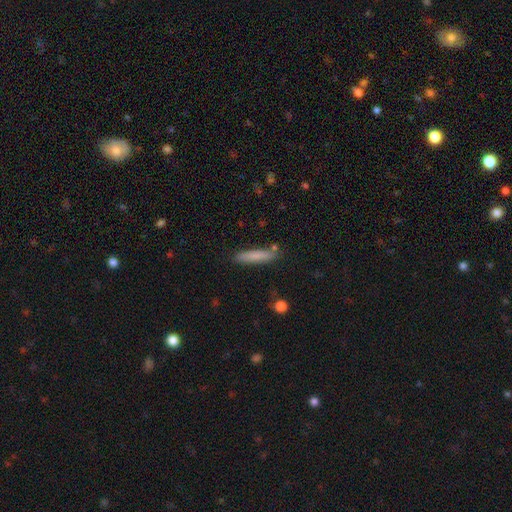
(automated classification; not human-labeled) A smooth galaxy with no disk features (78%) that is cigar-shaped (89%).

Vote fractions:
- Smooth or featured? smooth: 78% / featured or disk: 15% / star or artifact: 7%
- How rounded? cigar-shaped: 89% / in between: 10% / round: 1%
- Merging? none: 84% / minor disturbance: 11% / merger: 3% / major disturbance: 2%